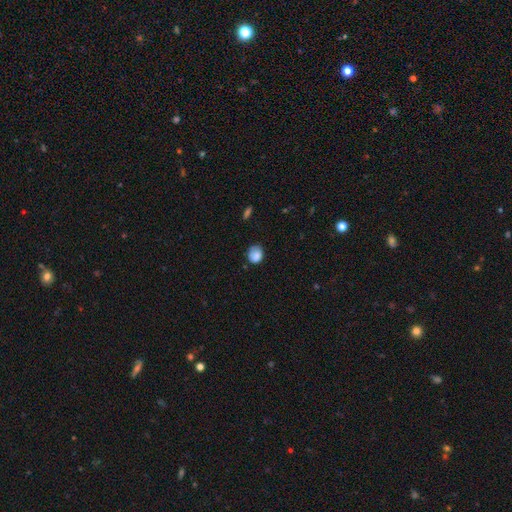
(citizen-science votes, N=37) Smooth or featured? 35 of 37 (95%) said smooth. How rounded? 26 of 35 (74%) said round. Merging? 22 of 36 (61%) said none.